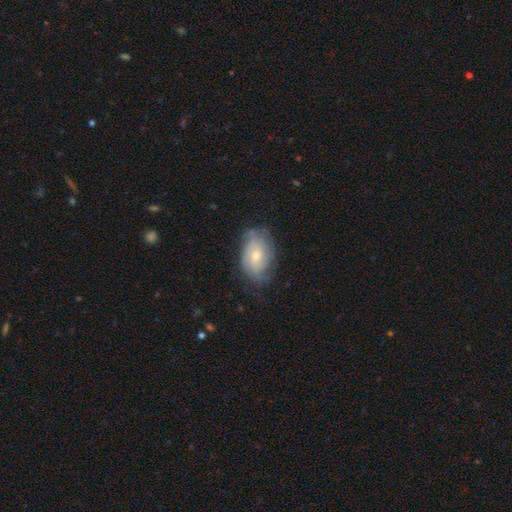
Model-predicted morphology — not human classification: Smooth or featured?
  - featured or disk: 52% *
  - smooth: 41%
  - star or artifact: 7%
Edge-on disk?
  - no: 94% *
  - yes: 6%
Merging?
  - none: 64% *
  - minor disturbance: 26%
  - major disturbance: 8%
  - merger: 2%